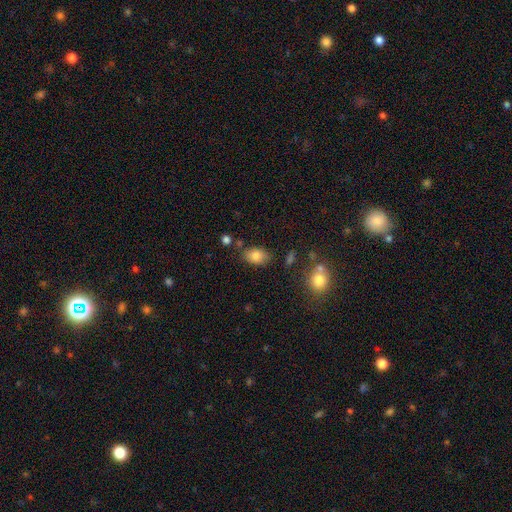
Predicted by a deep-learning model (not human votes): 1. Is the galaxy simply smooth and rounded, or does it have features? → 83% smooth, 9% star or artifact, 8% featured or disk.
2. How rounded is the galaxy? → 86% in between, 13% round, 2% cigar-shaped.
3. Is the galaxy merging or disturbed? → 76% none, 15% minor disturbance, 5% merger, 4% major disturbance.